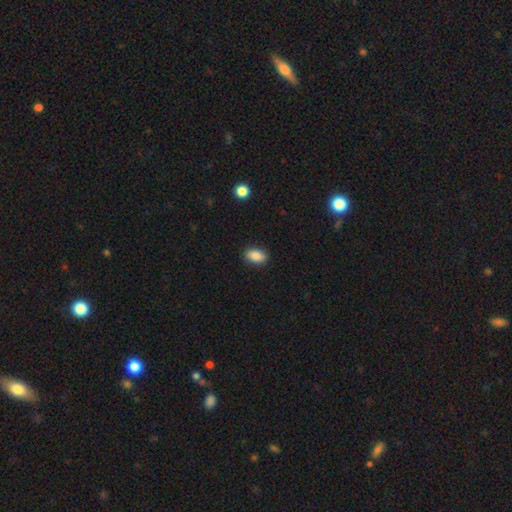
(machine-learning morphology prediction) A smooth galaxy with no disk features (85%) that is in between round and cigar-shaped (87%).

Vote fractions:
- Smooth or featured? smooth: 85% / star or artifact: 8% / featured or disk: 7%
- How rounded? in between: 87% / round: 10% / cigar-shaped: 2%
- Merging? none: 88% / minor disturbance: 8% / major disturbance: 2% / merger: 1%